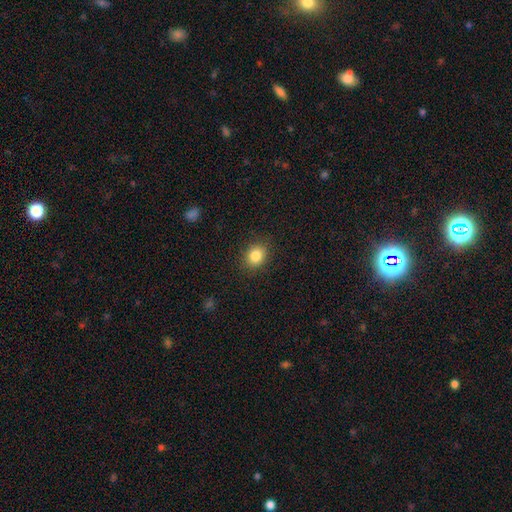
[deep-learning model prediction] Smooth or featured? Predicted: smooth (p=0.84). How rounded? Predicted: round (p=0.57). Merging? Predicted: none (p=0.88).